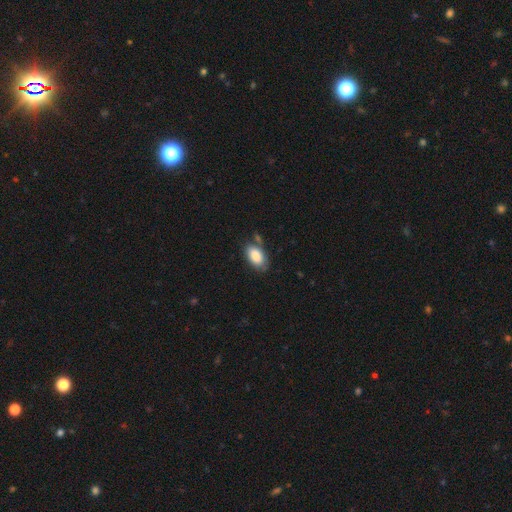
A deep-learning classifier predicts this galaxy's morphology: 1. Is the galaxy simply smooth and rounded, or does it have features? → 86% smooth, 8% featured or disk, 7% star or artifact.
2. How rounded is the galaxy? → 94% in between, 4% round, 2% cigar-shaped.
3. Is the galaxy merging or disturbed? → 68% none, 20% minor disturbance, 7% merger, 5% major disturbance.